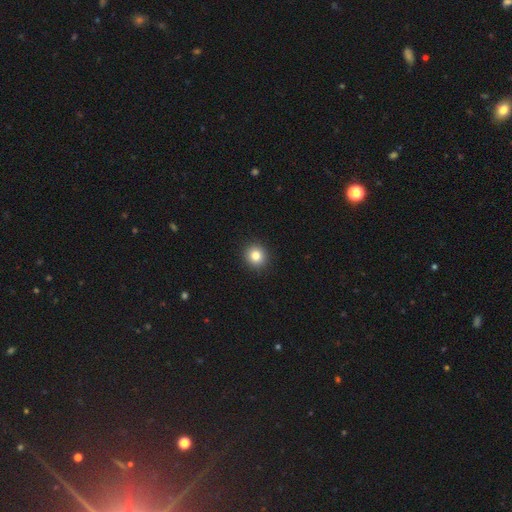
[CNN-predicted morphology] smooth 83%, star or artifact 10%, featured or disk 6%. Down the decision tree: how rounded — round (87%); merging — none (92%).